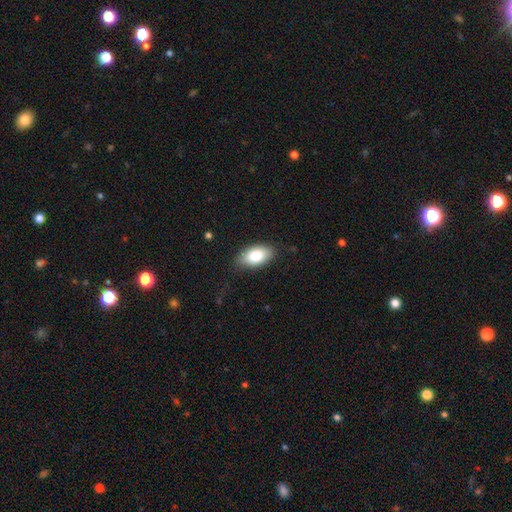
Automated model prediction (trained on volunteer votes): Overall: smooth (83%). How rounded: in between (93%). Merging: none (82%).